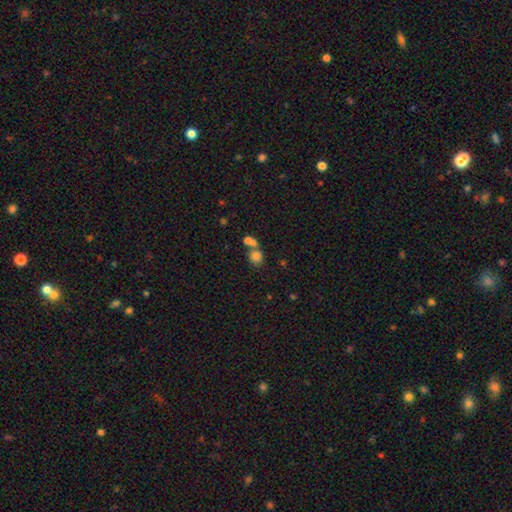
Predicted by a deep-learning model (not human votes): Smooth or featured?
  - smooth: 58% *
  - star or artifact: 30%
  - featured or disk: 12%
How rounded?
  - round: 69% *
  - in between: 28%
  - cigar-shaped: 3%
Merging?
  - none: 51% *
  - merger: 36%
  - minor disturbance: 8%
  - major disturbance: 5%